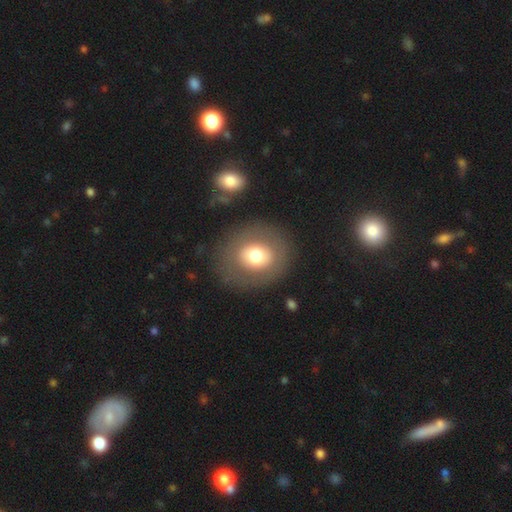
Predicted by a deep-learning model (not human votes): A smooth galaxy with no disk features (66%) that is round (76%). Merging: none (82%).